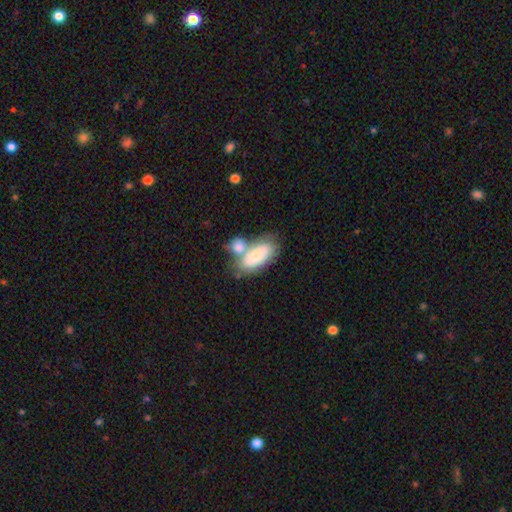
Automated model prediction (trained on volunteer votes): Smooth or featured? Predicted: smooth (p=0.60). How rounded? Predicted: in between (p=0.89). Merging? Predicted: merger (p=0.52).